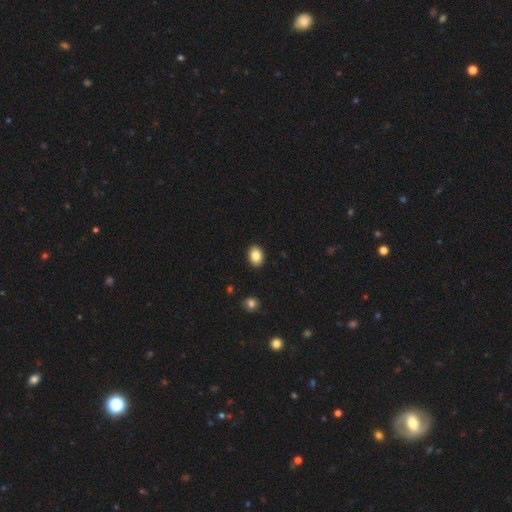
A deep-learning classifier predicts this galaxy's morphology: Overall: smooth (86%). How rounded: in between (69%; round 30%). Merging: none (91%).